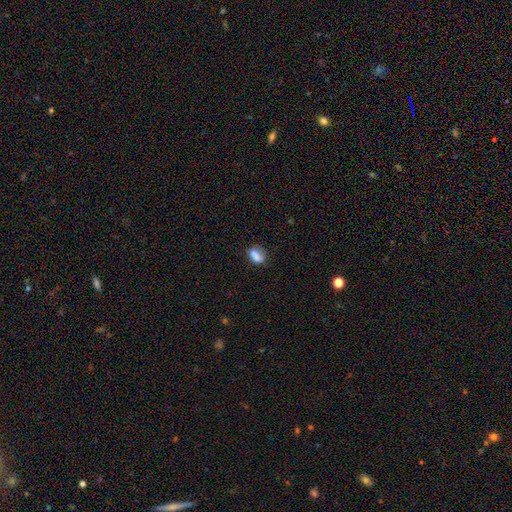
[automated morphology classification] Overall: smooth (80%). How rounded: in between (72%). Merging: none (62%; minor disturbance 24%).